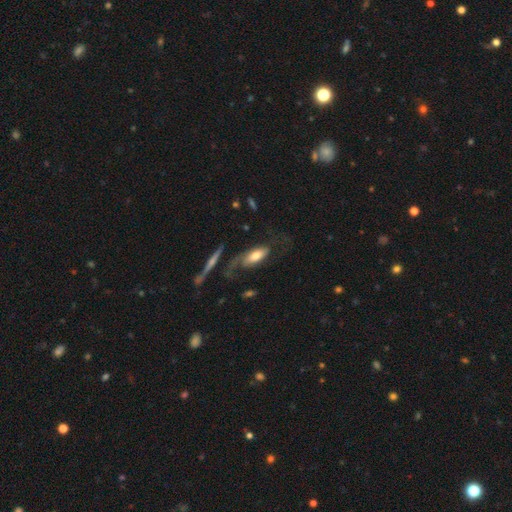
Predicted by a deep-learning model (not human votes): smooth_or_featured: smooth (p=0.52) [alt: featured or disk p=0.41]
how_rounded: in between (p=0.80) [alt: cigar-shaped p=0.18]
merging: none (p=0.39) [alt: major disturbance p=0.33]